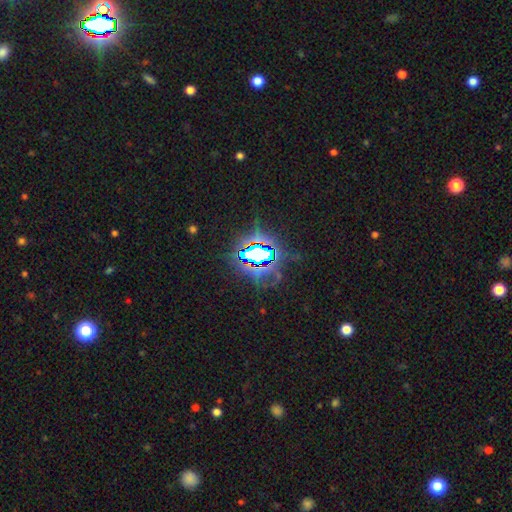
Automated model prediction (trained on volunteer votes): Overall: star or artifact (74%).